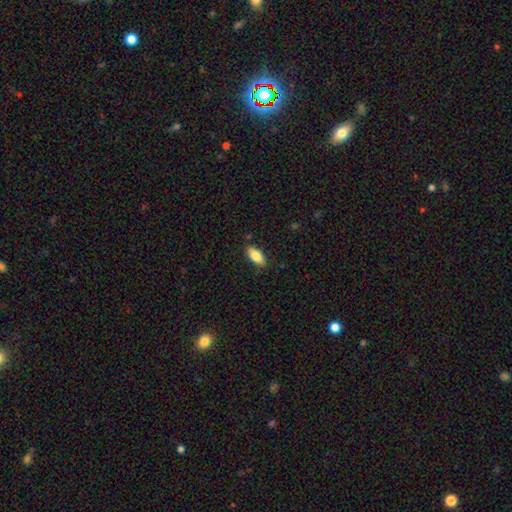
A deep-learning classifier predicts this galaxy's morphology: Smooth or featured? Predicted: smooth (p=0.82). How rounded? Predicted: in between (p=0.84). Merging? Predicted: none (p=0.86).